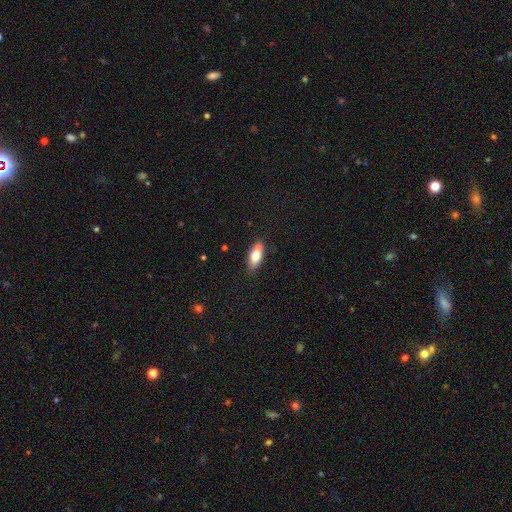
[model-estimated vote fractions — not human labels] Overall: smooth (73%). How rounded: in between (78%). Merging: none (57%; merger 22%).